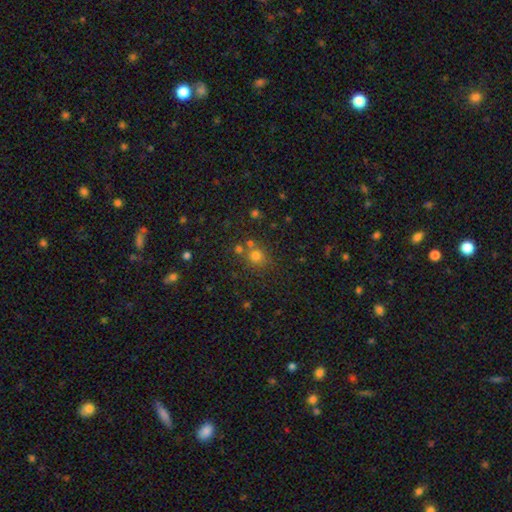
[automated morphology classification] Overall: smooth (72%). How rounded: round (85%). Merging: none (65%).